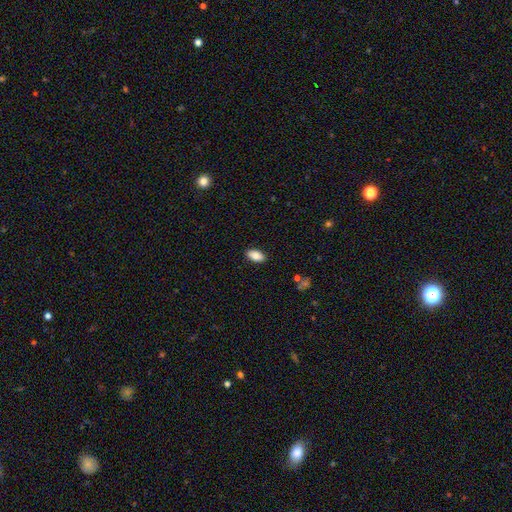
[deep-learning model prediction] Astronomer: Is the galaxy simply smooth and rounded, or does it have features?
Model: smooth — 84%.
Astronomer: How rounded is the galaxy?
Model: in between — 92%.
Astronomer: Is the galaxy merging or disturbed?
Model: none — 89%.